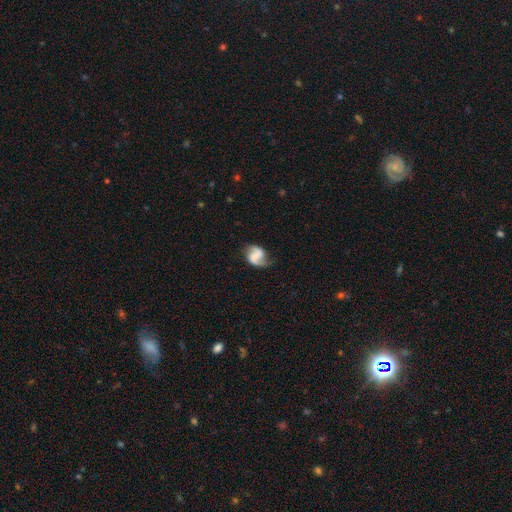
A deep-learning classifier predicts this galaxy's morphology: A featured or disk galaxy (75%) with a weak bar (43%), 2 (85%) loose (52%) spiral arms (94%) and no central bulge (48%). Merging: none (66%).